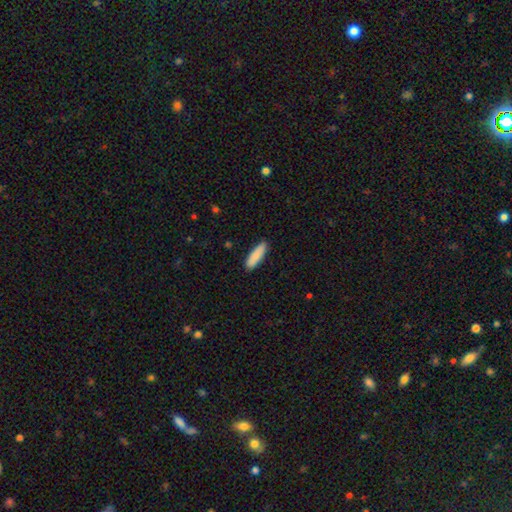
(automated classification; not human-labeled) Smooth or featured? Predicted: smooth (p=0.86). How rounded? Predicted: cigar-shaped (p=0.62). Merging? Predicted: none (p=0.88).